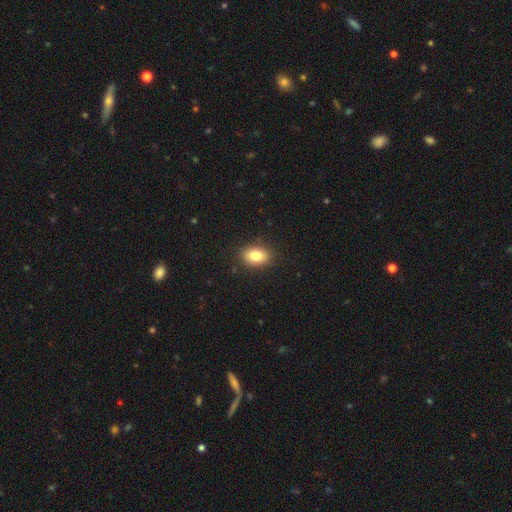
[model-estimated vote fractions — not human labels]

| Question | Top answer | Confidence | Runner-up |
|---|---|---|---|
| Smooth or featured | smooth | 82% | star or artifact (9%) |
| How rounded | in between | 80% | round (18%) |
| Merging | none | 88% | minor disturbance (9%) |